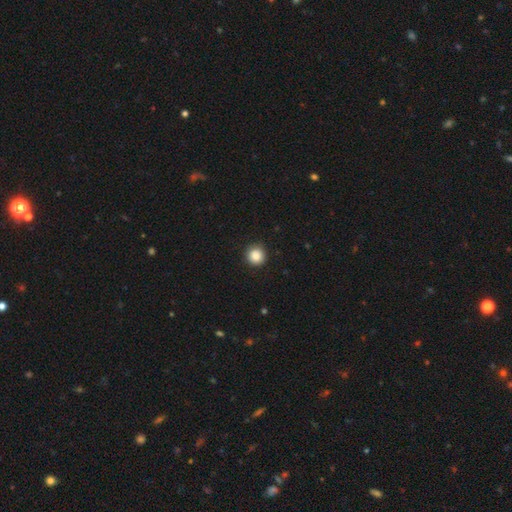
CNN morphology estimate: Smooth or featured: smooth — 87% (star or artifact — 9%)
How rounded: round — 95% (in between — 4%)
Merging: none — 91% (minor disturbance — 6%)